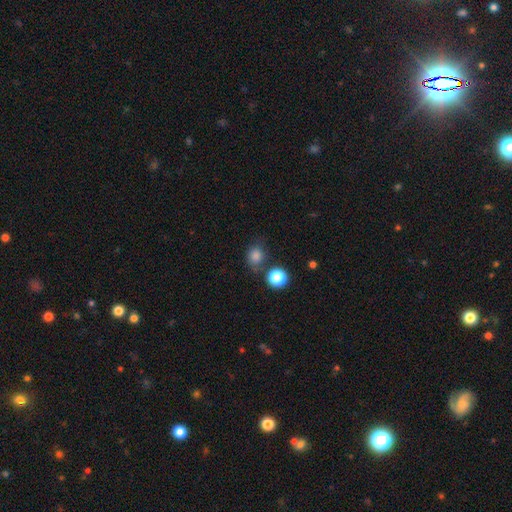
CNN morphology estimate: A smooth galaxy with no disk features (82%) that is round (68%). Merging: none (67%).